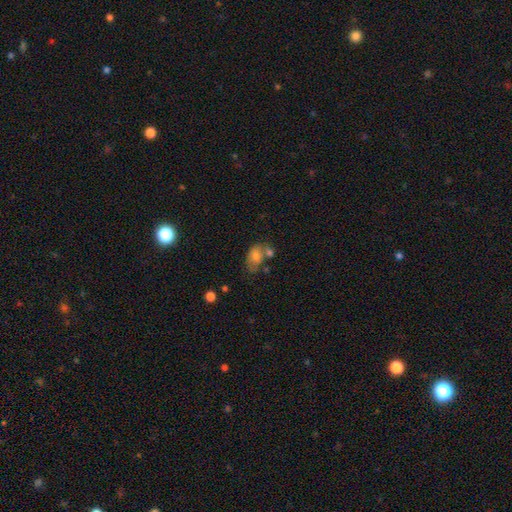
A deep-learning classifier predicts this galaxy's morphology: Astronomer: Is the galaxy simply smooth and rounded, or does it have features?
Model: smooth — 72%.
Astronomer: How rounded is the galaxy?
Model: in between — 84%.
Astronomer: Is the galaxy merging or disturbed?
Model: none — 35% (runner-up: merger, 30%).